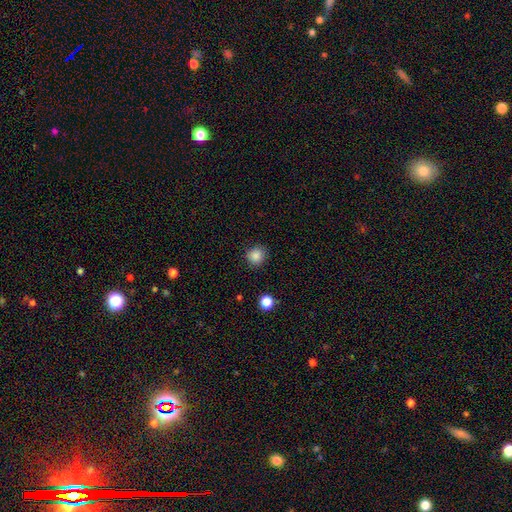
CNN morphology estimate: Overall: smooth (86%). How rounded: round (88%). Merging: none (87%).